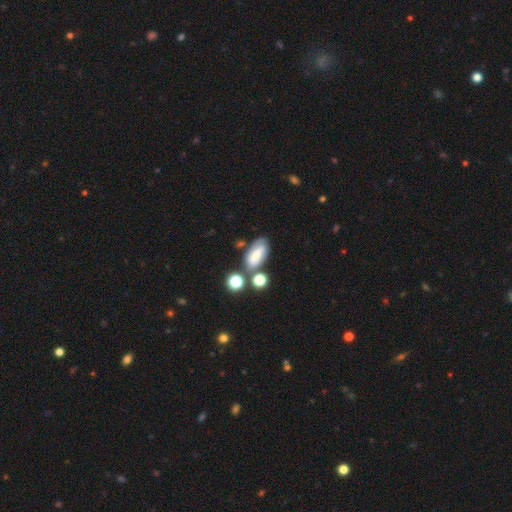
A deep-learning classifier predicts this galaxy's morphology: This appears to be a smooth galaxy with no disk features (62%) that is in between round and cigar-shaped (83%). Merging: none (54%).